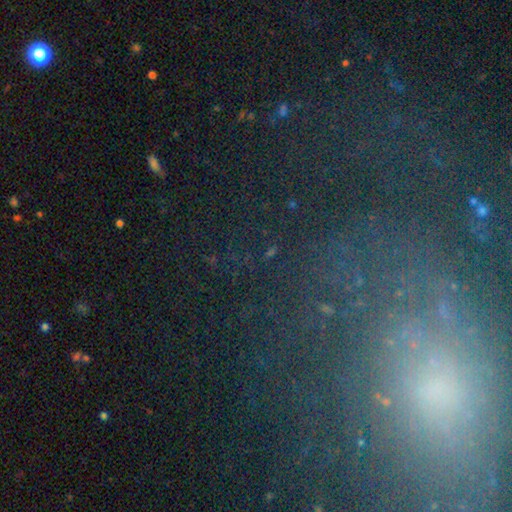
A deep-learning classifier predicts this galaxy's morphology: Smooth or featured?
  - featured or disk: 43% *
  - star or artifact: 38%
  - smooth: 20%
Merging?
  - none: 68% *
  - minor disturbance: 14%
  - major disturbance: 13%
  - merger: 5%